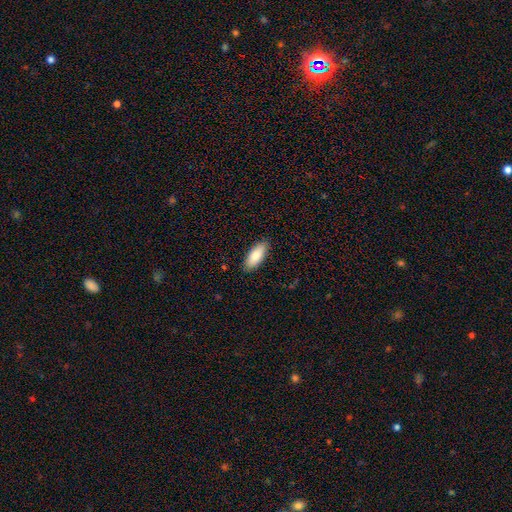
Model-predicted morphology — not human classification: Smooth or featured?
  - smooth: 82% *
  - featured or disk: 12%
  - star or artifact: 6%
How rounded?
  - in between: 82% *
  - cigar-shaped: 17%
  - round: 2%
Merging?
  - none: 88% *
  - minor disturbance: 9%
  - major disturbance: 2%
  - merger: 1%